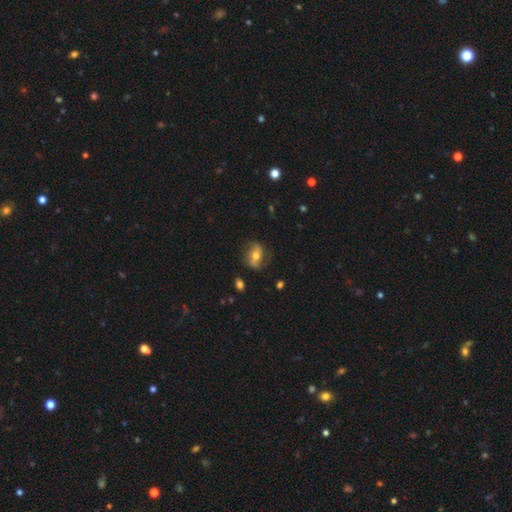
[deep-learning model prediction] Smooth or featured? Predicted: featured or disk (p=0.52). Edge-on disk? Predicted: no (p=0.90). Merging? Predicted: none (p=0.70).